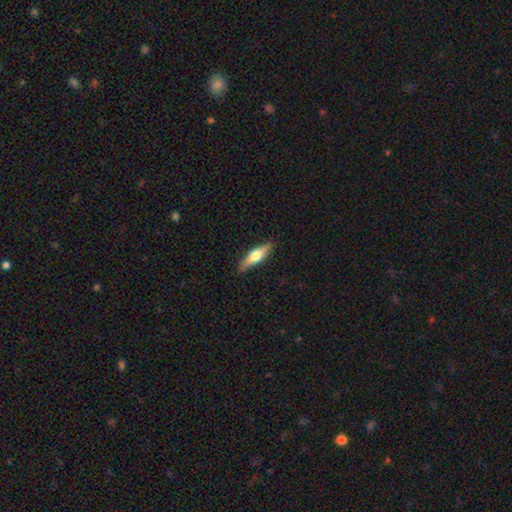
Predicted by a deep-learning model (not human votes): Smooth or featured: featured or disk — 53% (smooth — 41%)
Edge-on disk: yes — 93% (no — 7%)
Merging: none — 86% (minor disturbance — 10%)